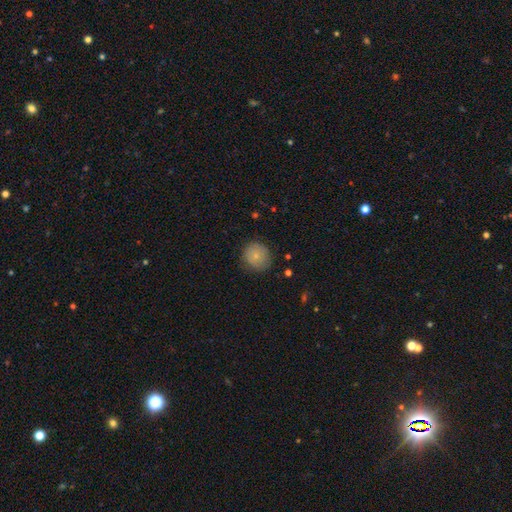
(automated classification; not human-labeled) A smooth galaxy with no disk features (79%) that is round (89%).

Vote fractions:
- Smooth or featured? smooth: 79% / featured or disk: 13% / star or artifact: 8%
- How rounded? round: 89% / in between: 10% / cigar-shaped: 1%
- Merging? none: 80% / minor disturbance: 15% / major disturbance: 4% / merger: 1%